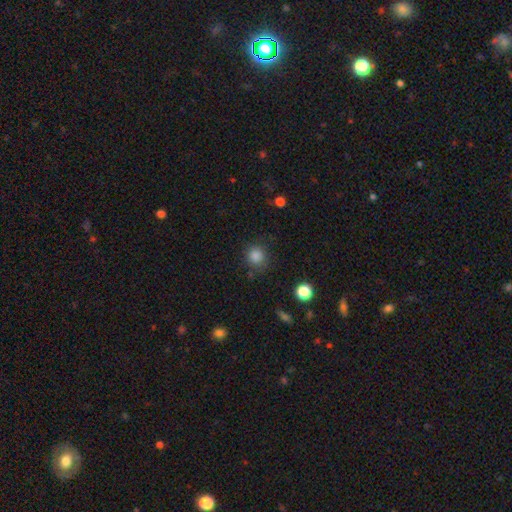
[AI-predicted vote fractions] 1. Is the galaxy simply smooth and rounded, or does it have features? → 84% smooth, 12% star or artifact, 4% featured or disk.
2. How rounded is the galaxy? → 90% round, 9% in between, 1% cigar-shaped.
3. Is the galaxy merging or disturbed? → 83% none, 11% minor disturbance, 4% major disturbance, 2% merger.